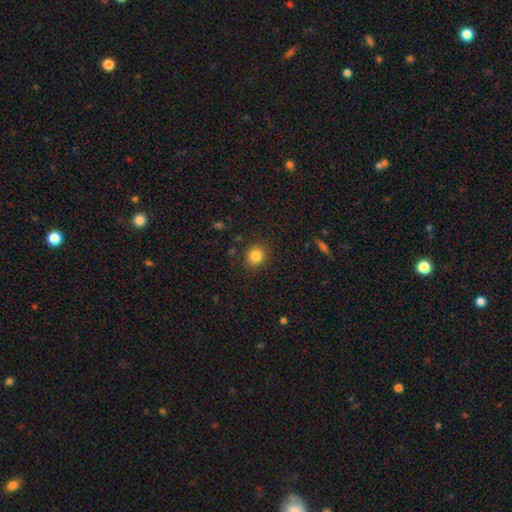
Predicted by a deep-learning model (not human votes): Smooth or featured?
  - smooth: 83% *
  - star or artifact: 11%
  - featured or disk: 6%
How rounded?
  - round: 88% *
  - in between: 11%
  - cigar-shaped: 1%
Merging?
  - none: 90% *
  - minor disturbance: 7%
  - major disturbance: 2%
  - merger: 1%